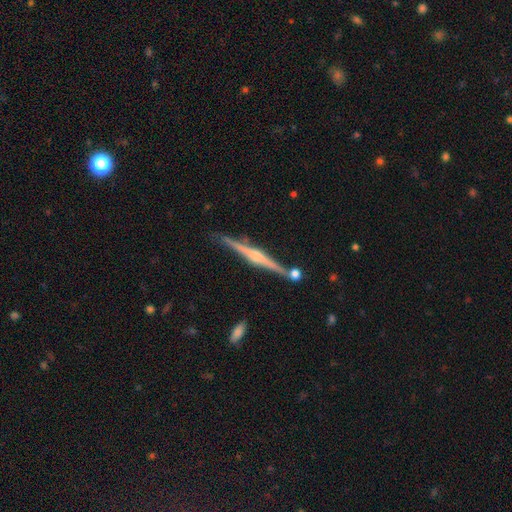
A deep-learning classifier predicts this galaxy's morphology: smooth_or_featured: featured or disk (p=0.83) [alt: smooth p=0.12]
disk_edge_on: yes (p=0.98) [alt: no p=0.02]
edge_on_bulge: rounded (p=0.81) [alt: boxy p=0.11]
merging: none (p=0.84) [alt: minor disturbance p=0.09]